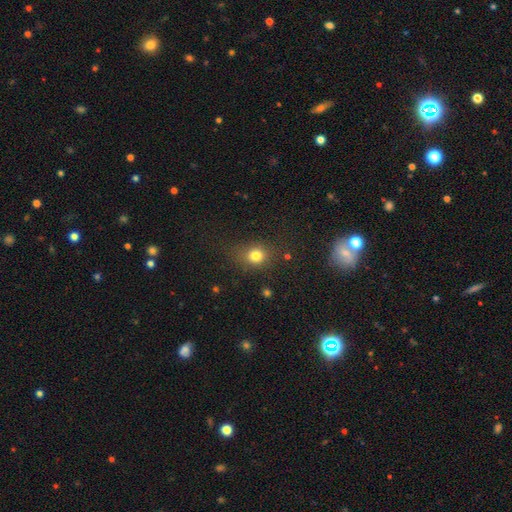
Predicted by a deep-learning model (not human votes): smooth_or_featured: smooth (p=0.79) [alt: star or artifact p=0.14]
how_rounded: round (p=0.72) [alt: in between p=0.27]
merging: none (p=0.76) [alt: minor disturbance p=0.14]